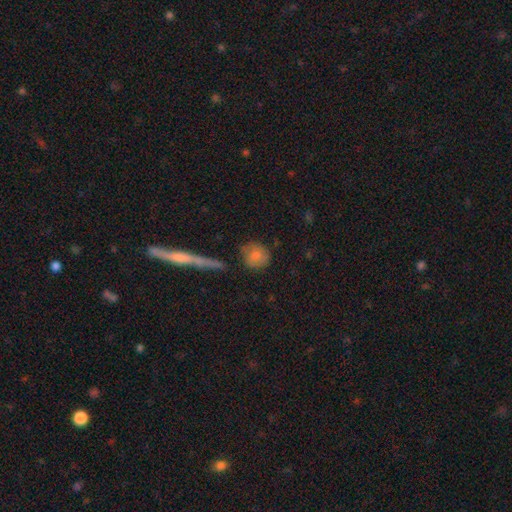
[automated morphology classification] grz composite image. It shows a smooth galaxy with no disk features (77%) that is round (85%). Merging: none (75%).